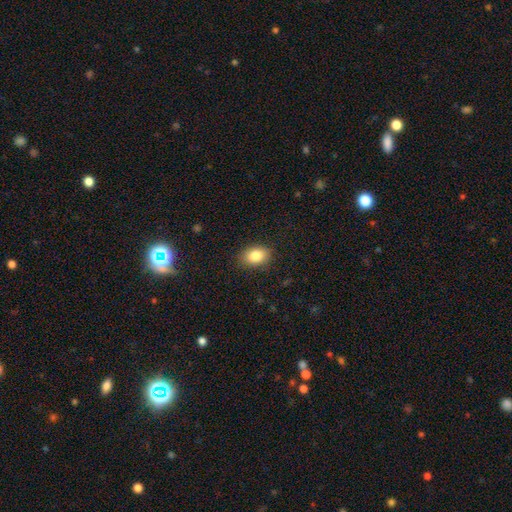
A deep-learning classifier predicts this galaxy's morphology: smooth_or_featured: smooth (p=0.84) [alt: star or artifact p=0.09]
how_rounded: in between (p=0.74) [alt: round p=0.25]
merging: none (p=0.85) [alt: minor disturbance p=0.11]